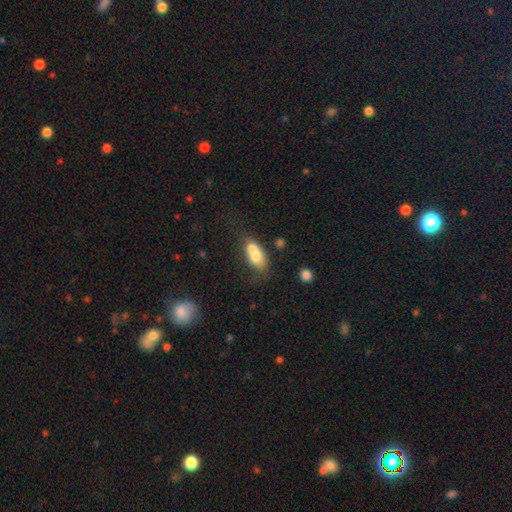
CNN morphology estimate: Q: Smooth or featured?
A: smooth (66%); runner-up: featured or disk (25%)
Q: How rounded?
A: in between (75%); runner-up: round (19%)
Q: Merging?
A: merger (58%); runner-up: none (25%)